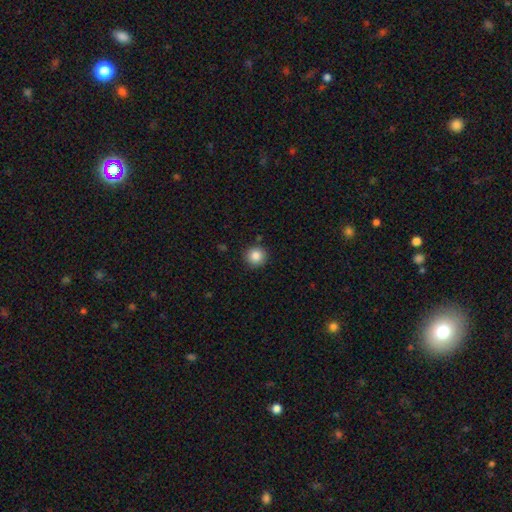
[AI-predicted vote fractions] This appears to be a smooth galaxy with no disk features (86%) that is round (94%). Merging: none (89%).